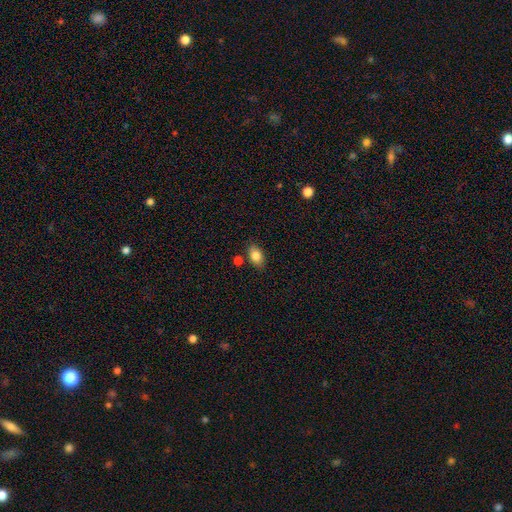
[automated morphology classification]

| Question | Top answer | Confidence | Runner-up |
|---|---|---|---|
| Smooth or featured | smooth | 84% | star or artifact (8%) |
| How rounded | in between | 88% | round (10%) |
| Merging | none | 81% | minor disturbance (11%) |